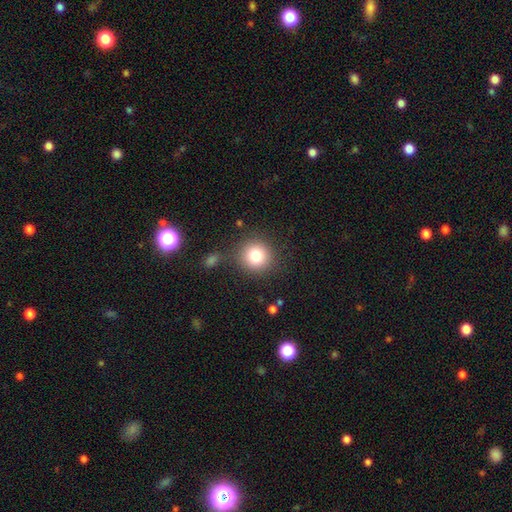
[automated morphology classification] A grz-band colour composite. It shows a smooth galaxy with no disk features (79%) that is round (93%). Merging: none (84%).